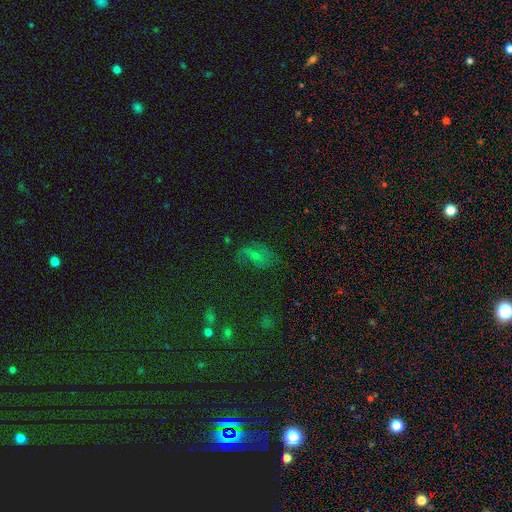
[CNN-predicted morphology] Smooth or featured: featured or disk — 35% (smooth — 32%)
Merging: none — 56% (minor disturbance — 24%)